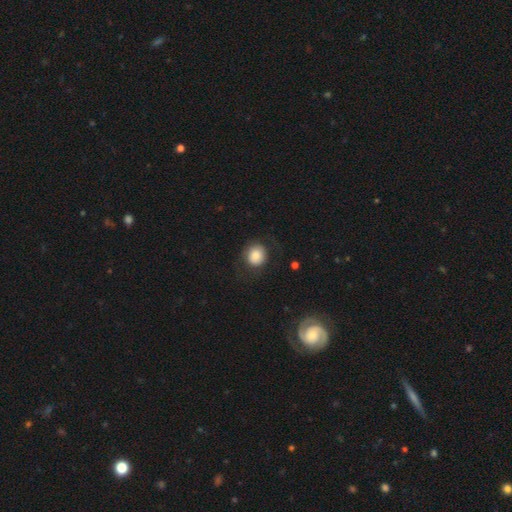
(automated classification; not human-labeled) Smooth or featured? smooth (81%)
How rounded? round (82%)
Merging? none (74%)